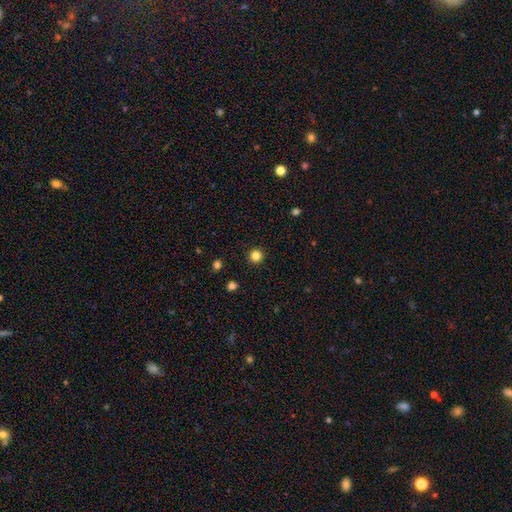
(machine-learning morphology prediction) This appears to be a smooth galaxy with no disk features (83%) that is round (96%). Merging: none (93%).